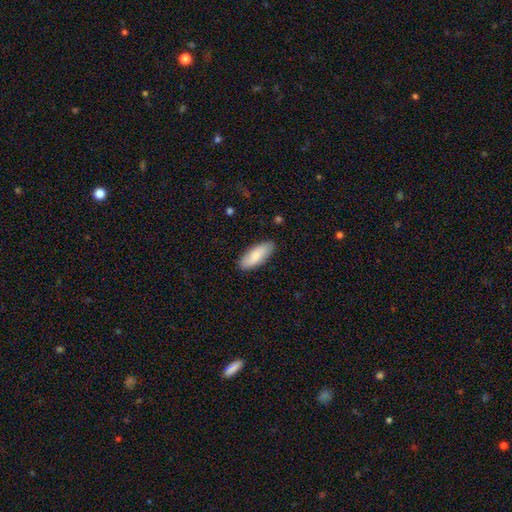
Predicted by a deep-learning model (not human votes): This is clearly a smooth galaxy (82%). How rounded: likely in between (76%). Merging: clearly none (87%).